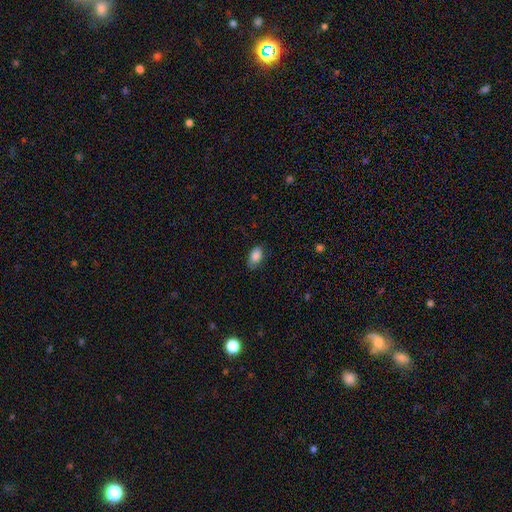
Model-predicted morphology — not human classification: smooth_or_featured: smooth (p=0.86) [alt: star or artifact p=0.07]
how_rounded: in between (p=0.92) [alt: round p=0.06]
merging: none (p=0.77) [alt: minor disturbance p=0.19]